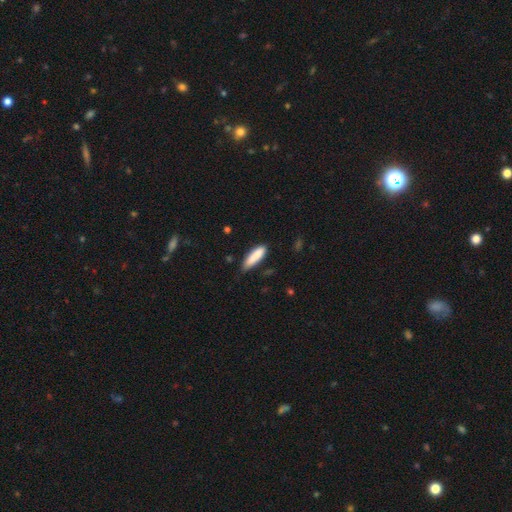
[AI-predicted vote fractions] Morphology: type=smooth (85%); roundness=cigar-shaped (68%); merging=none (72%).